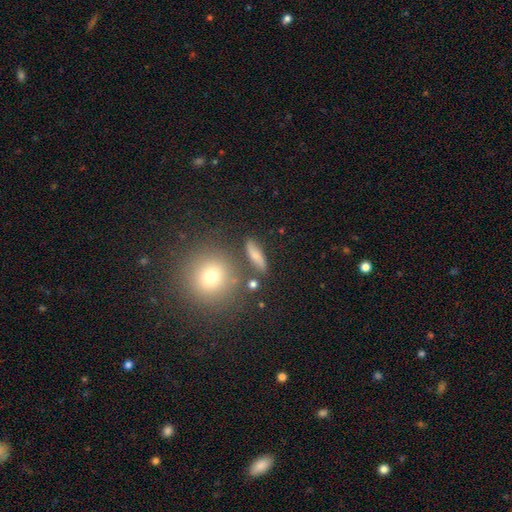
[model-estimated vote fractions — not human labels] This is likely a smooth galaxy (70%). How rounded: possibly cigar-shaped (57%). Merging: likely none (75%).